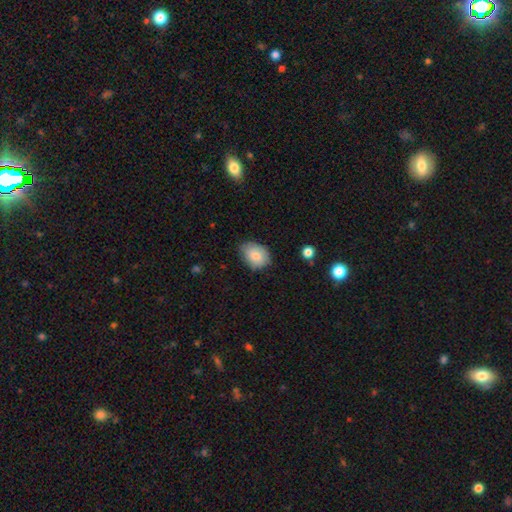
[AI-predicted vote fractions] A smooth galaxy with no disk features (81%) that is in between round and cigar-shaped (73%).

Vote fractions:
- Smooth or featured? smooth: 81% / featured or disk: 12% / star or artifact: 7%
- How rounded? in between: 73% / round: 26% / cigar-shaped: 1%
- Merging? none: 66% / minor disturbance: 29% / major disturbance: 4% / merger: 1%